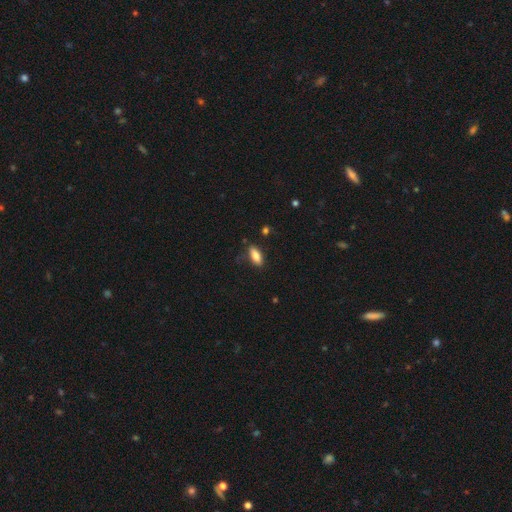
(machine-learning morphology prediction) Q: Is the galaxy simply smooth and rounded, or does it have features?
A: smooth — 83%.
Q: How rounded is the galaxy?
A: in between — 80%.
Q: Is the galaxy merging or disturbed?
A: none — 78%.